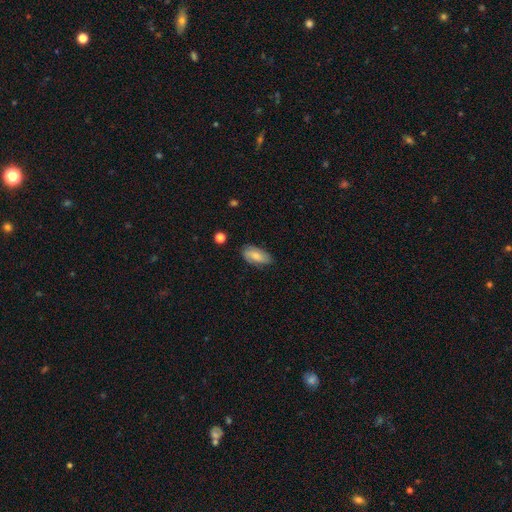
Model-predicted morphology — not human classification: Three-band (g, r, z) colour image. It shows a smooth galaxy with no disk features (75%) that is in between round and cigar-shaped (90%). Merging: none (77%).